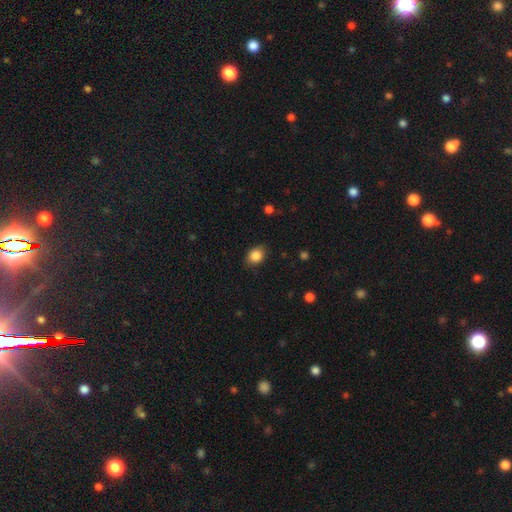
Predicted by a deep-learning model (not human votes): The model was most divided on "how rounded": in between: 53%, round: 46%, cigar-shaped: 1%. More confident: smooth or featured — smooth (86%); merging — none (82%).